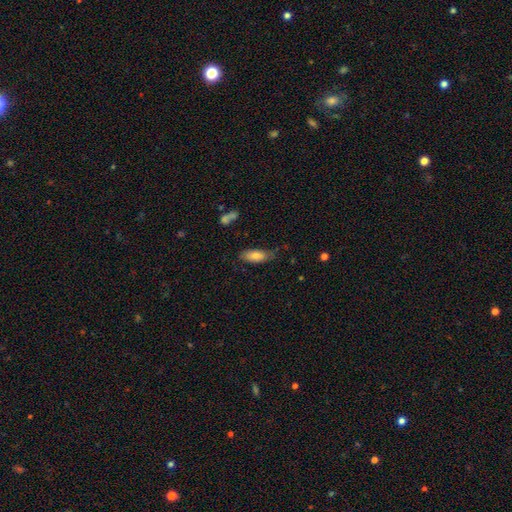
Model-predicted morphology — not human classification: This appears to be a smooth galaxy with no disk features (79%) that is in between round and cigar-shaped (80%). Merging: none (68%).